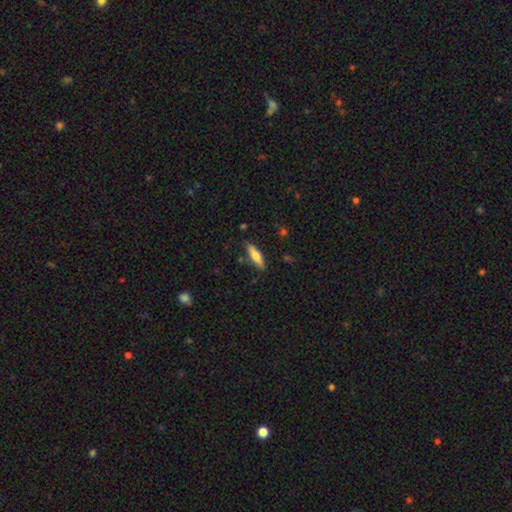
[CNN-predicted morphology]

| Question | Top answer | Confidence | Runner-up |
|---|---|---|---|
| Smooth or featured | smooth | 59% | featured or disk (35%) |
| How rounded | cigar-shaped | 64% | in between (34%) |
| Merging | none | 82% | minor disturbance (13%) |